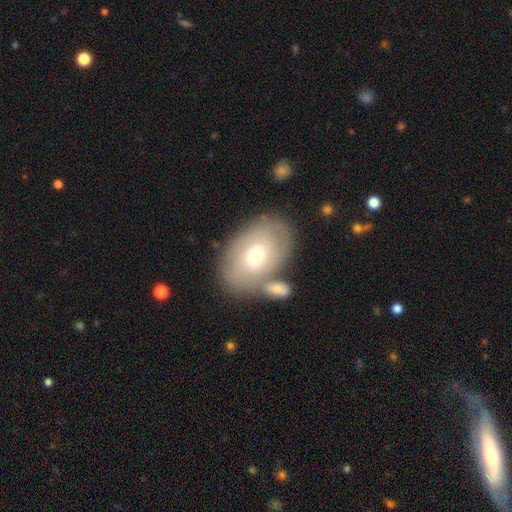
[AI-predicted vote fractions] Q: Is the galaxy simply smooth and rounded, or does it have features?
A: smooth — 55%.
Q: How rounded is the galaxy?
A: in between — 88%.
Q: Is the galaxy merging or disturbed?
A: none — 60%.